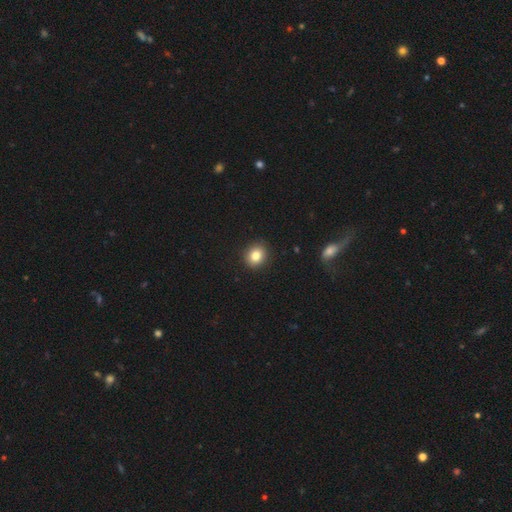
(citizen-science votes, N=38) Smooth or featured: smooth — 82% (featured or disk — 11%)
How rounded: round — 84% (in between — 16%)
Merging: none — 89% (minor disturbance — 6%)